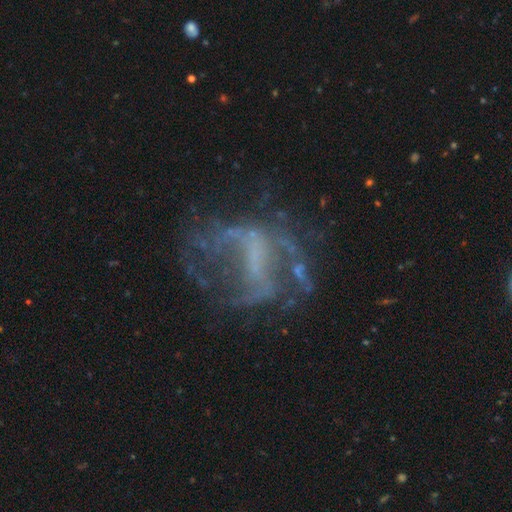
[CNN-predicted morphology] Smooth or featured? featured or disk (71%)
Edge-on disk? no (97%)
Bar? no (42%)
Spiral arms? no (54%)
Bulge size? none (66%)
Merging? none (40%)